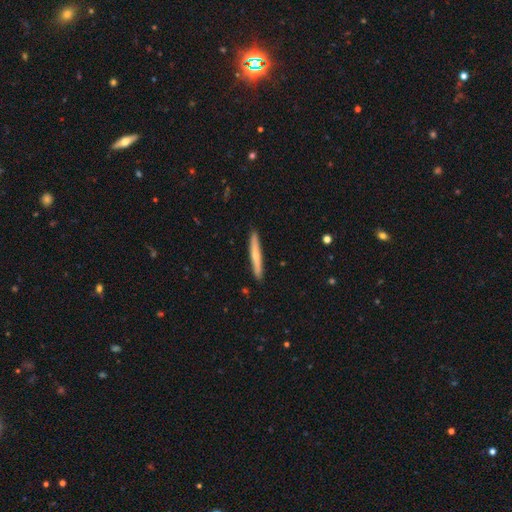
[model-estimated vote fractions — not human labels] Smooth or featured? smooth (54%)
How rounded? cigar-shaped (96%)
Merging? none (91%)